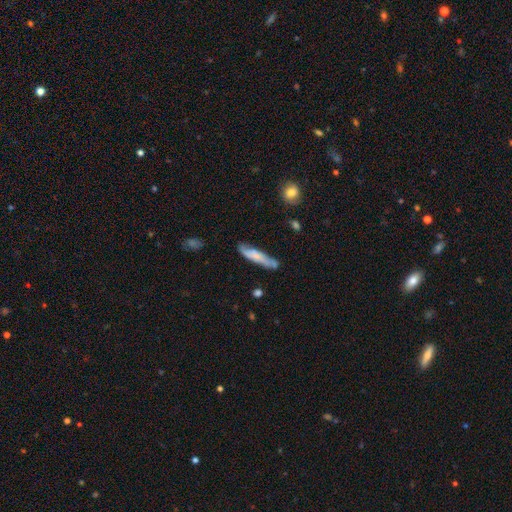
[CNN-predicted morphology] The model was most divided on "smooth or featured": smooth: 61%, featured or disk: 33%, star or artifact: 6%. More confident: how rounded — cigar-shaped (85%); merging — none (64%).